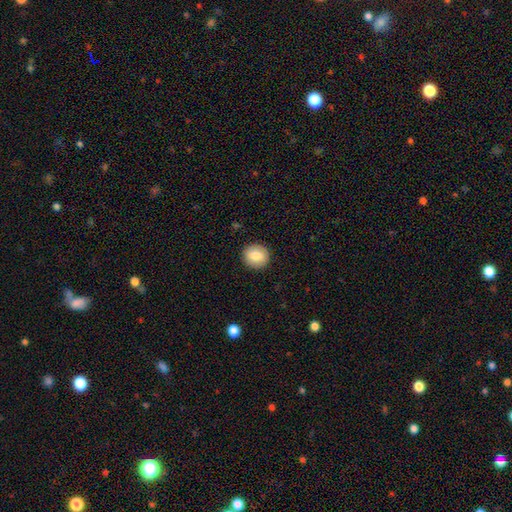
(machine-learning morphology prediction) smooth 82%, featured or disk 10%, star or artifact 8%. Down the decision tree: how rounded — round (88%); merging — none (91%).